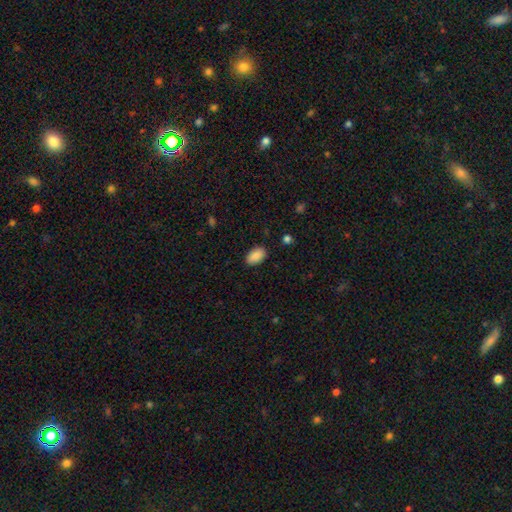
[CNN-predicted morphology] Smooth or featured? Predicted: smooth (p=0.90). How rounded? Predicted: in between (p=0.94). Merging? Predicted: none (p=0.89).